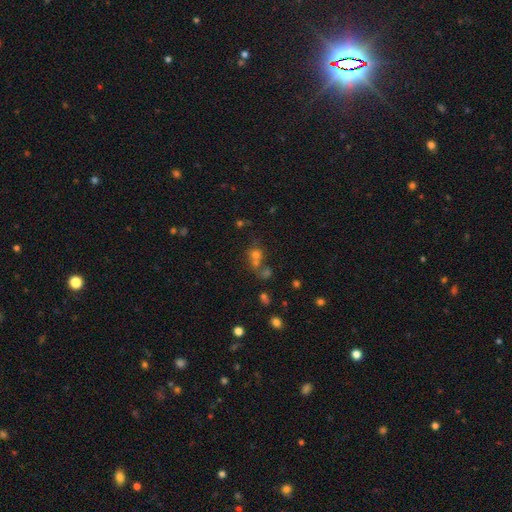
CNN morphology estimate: smooth 56%, star or artifact 29%, featured or disk 15%. Down the decision tree: how rounded — round (79%); merging — merger (44%).